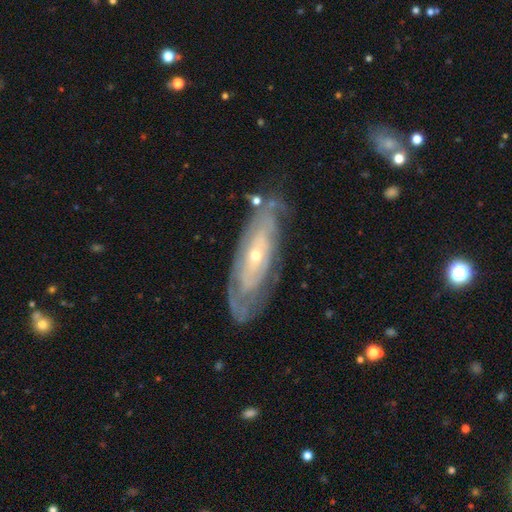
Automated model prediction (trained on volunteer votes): smooth-or-featured: featured or disk: 80% | smooth: 14% | star or artifact: 6%
  disk-edge-on: no: 84% | yes: 16%
    bar: no: 77% | weak: 17% | strong: 6%
    has-spiral-arms: yes: 77% | no: 23%
      spiral-winding: tight: 75% | medium: 19% | loose: 6%
      spiral-arm-count: can't tell: 63% | 2: 18% | 3: 6% | 4: 4% | 1: 4% | more than 4: 4%
    bulge-size: small: 67% | moderate: 30% | large: 1% | none: 1% | dominant: 1%
  merging: none: 72% | minor disturbance: 19% | major disturbance: 7% | merger: 2%